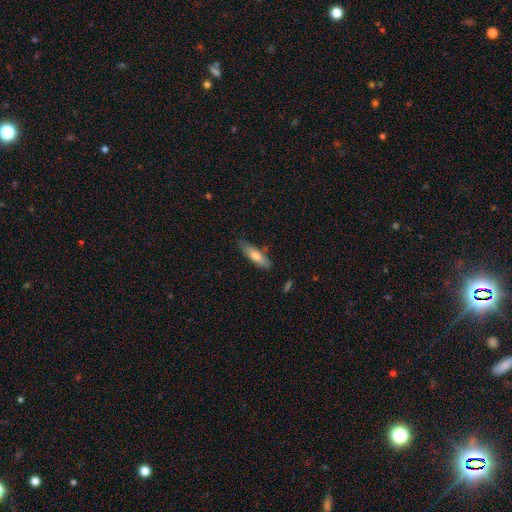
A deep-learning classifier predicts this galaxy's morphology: The model was most divided on "how rounded": cigar-shaped: 65%, in between: 34%, round: 2%. More confident: merging — none (76%); smooth or featured — smooth (67%).